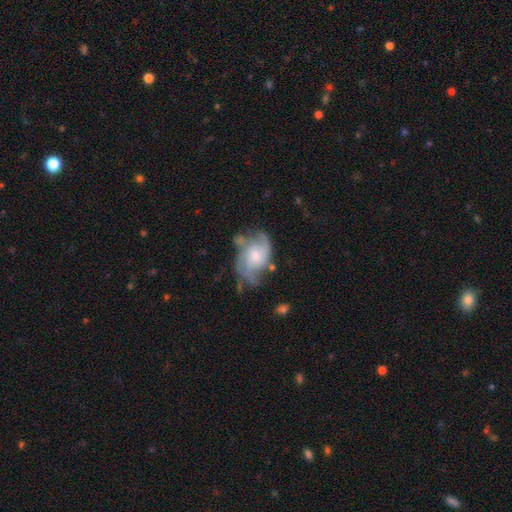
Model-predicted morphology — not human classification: Smooth or featured: featured or disk — 79% (smooth — 15%)
Edge-on disk: no — 97% (yes — 3%)
Bar: no — 70% (weak — 26%)
Spiral arms: yes — 91% (no — 9%)
Spiral winding: medium — 46% (tight — 28%)
Spiral arm count: 2 — 42% (can't tell — 22%)
Bulge size: moderate — 50% (small — 39%)
Merging: none — 48% (minor disturbance — 27%)